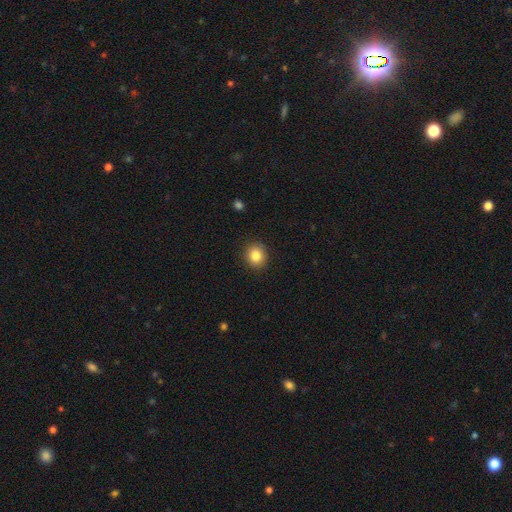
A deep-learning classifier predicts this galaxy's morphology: Smooth or featured?
  - smooth: 84% *
  - star or artifact: 10%
  - featured or disk: 6%
How rounded?
  - round: 85% *
  - in between: 14%
  - cigar-shaped: 1%
Merging?
  - none: 90% *
  - minor disturbance: 7%
  - major disturbance: 2%
  - merger: 1%